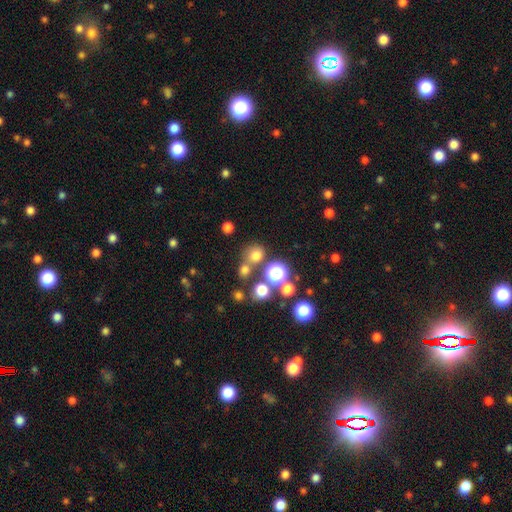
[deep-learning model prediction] A smooth galaxy with no disk features (70%) that is round (85%). Merging: none (66%).